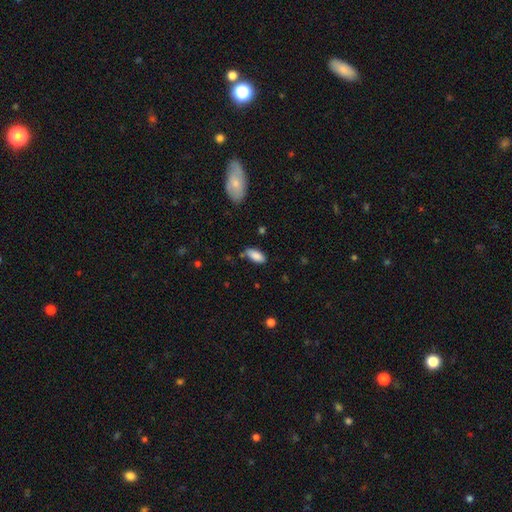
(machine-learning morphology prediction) Smooth or featured? Predicted: smooth (p=0.87). How rounded? Predicted: in between (p=0.86). Merging? Predicted: none (p=0.73).